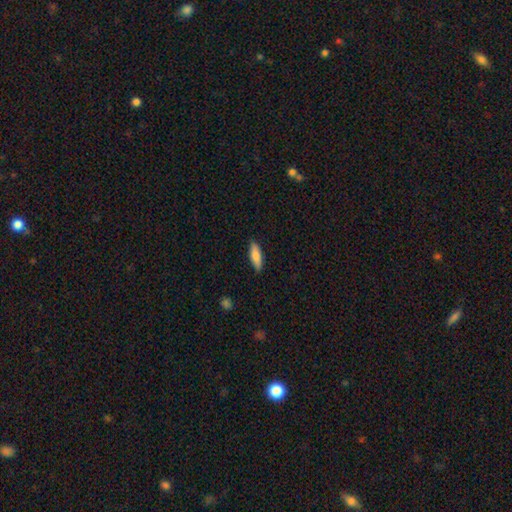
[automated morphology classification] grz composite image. It shows a smooth galaxy with no disk features (82%) that is in between round and cigar-shaped (51%). Merging: none (87%).